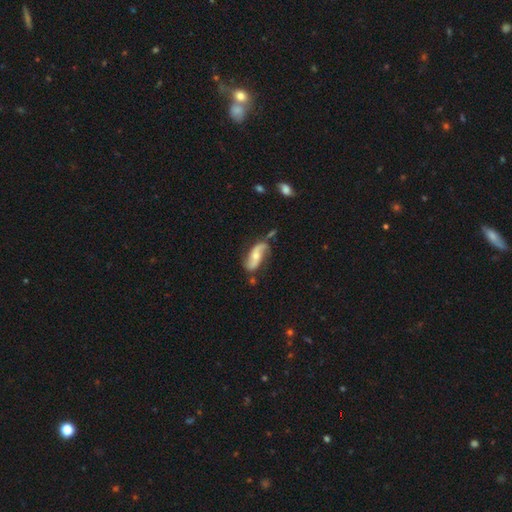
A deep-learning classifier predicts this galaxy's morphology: Overall: featured or disk (77%). Edge-on disk: no (94%). Bar: no (54%; weak 32%). Spiral arms: yes (93%). Spiral arm count: 2 (90%). Spiral winding: loose (70%). Bulge size: moderate (54%; small 37%). Merging: none (62%).